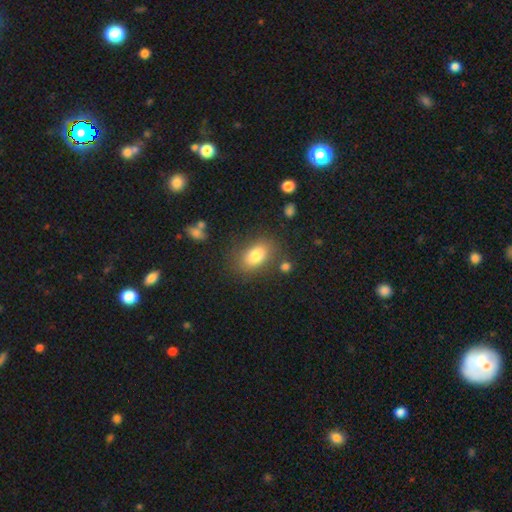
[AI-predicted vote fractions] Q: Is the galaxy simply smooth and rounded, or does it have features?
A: smooth — 81%.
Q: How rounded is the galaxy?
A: in between — 85%.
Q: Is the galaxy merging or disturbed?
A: none — 76%.